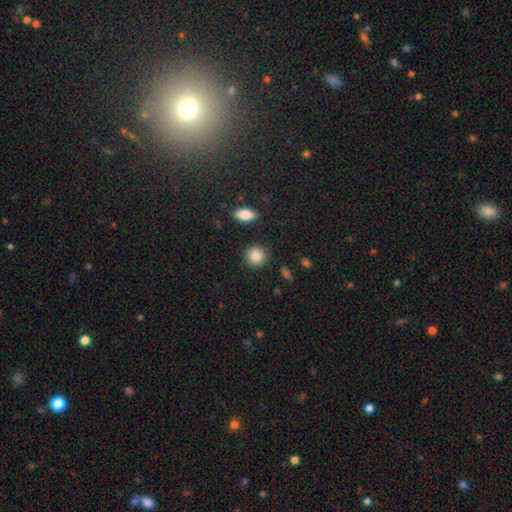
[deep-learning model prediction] Smooth or featured? Predicted: smooth (p=0.87). How rounded? Predicted: round (p=0.87). Merging? Predicted: none (p=0.89).